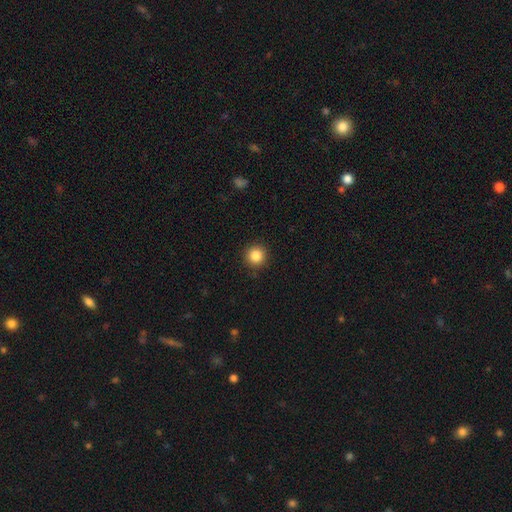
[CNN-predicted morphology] smooth-or-featured: smooth: 86% | star or artifact: 10% | featured or disk: 4%
  how-rounded: round: 95% | in between: 4% | cigar-shaped: 1%
  merging: none: 92% | minor disturbance: 5% | major disturbance: 2% | merger: 1%